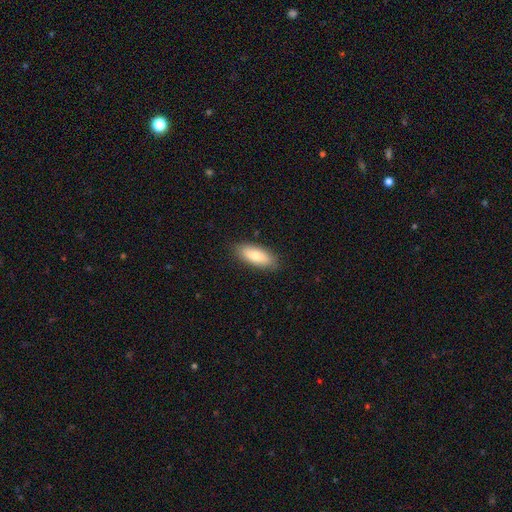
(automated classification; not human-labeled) A smooth galaxy with no disk features (79%) that is in between round and cigar-shaped (77%). Merging: none (86%).